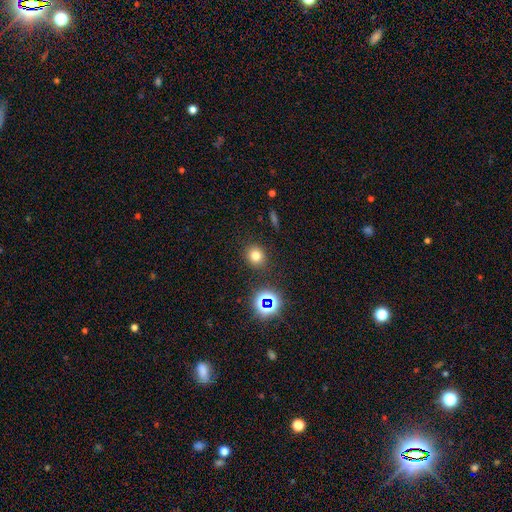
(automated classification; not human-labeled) This is likely a smooth galaxy (72%). How rounded: likely round (77%). Merging: clearly none (87%).